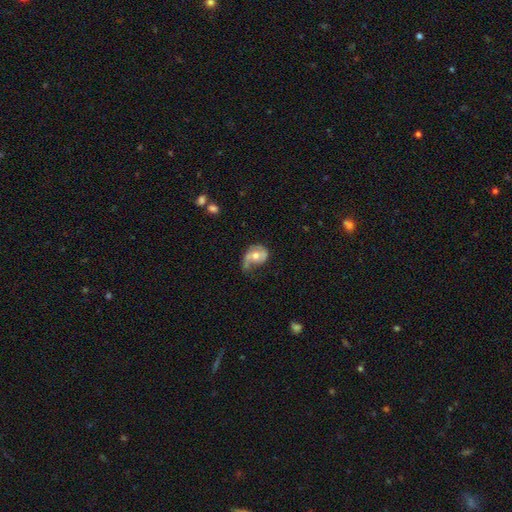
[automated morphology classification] smooth-or-featured: featured or disk: 65% | smooth: 29% | star or artifact: 6%
  disk-edge-on: no: 97% | yes: 3%
    bar: no: 60% | weak: 31% | strong: 9%
    has-spiral-arms: yes: 84% | no: 16%
      spiral-winding: loose: 47% | medium: 37% | tight: 17%
      spiral-arm-count: 2: 60% | 1: 31% | can't tell: 7% | 3: 1% | 4: 1% | more than 4: 1%
    bulge-size: moderate: 68% | small: 21% | large: 8% | none: 2% | dominant: 1%
  merging: none: 35% | minor disturbance: 33% | major disturbance: 29% | merger: 4%